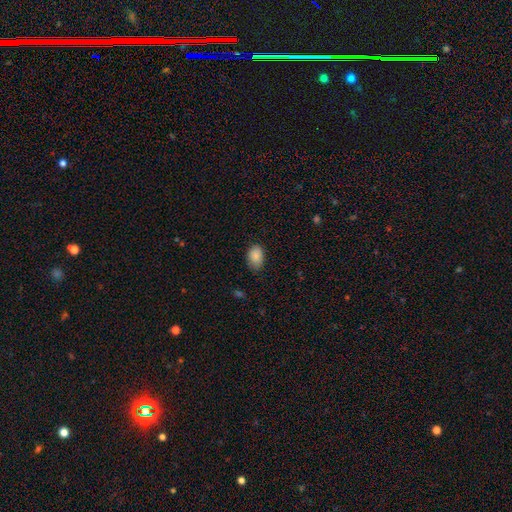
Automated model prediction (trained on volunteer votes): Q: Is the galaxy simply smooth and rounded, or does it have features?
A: smooth — 87%.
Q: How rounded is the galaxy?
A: in between — 86%.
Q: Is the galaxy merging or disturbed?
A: none — 76%.